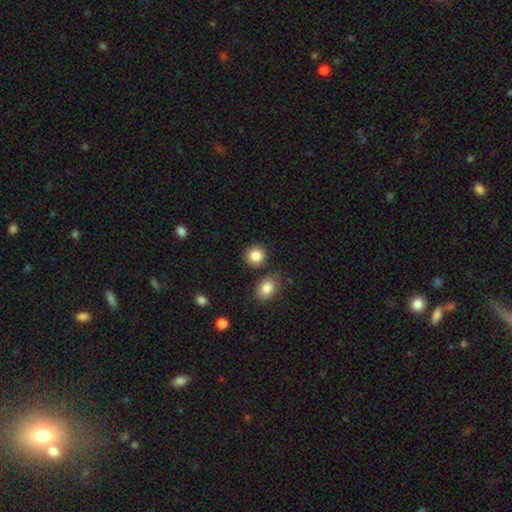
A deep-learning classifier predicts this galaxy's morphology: A smooth galaxy with no disk features (85%) that is round (85%).

Vote fractions:
- Smooth or featured? smooth: 85% / star or artifact: 9% / featured or disk: 6%
- How rounded? round: 85% / in between: 14% / cigar-shaped: 1%
- Merging? none: 83% / minor disturbance: 8% / merger: 7% / major disturbance: 3%